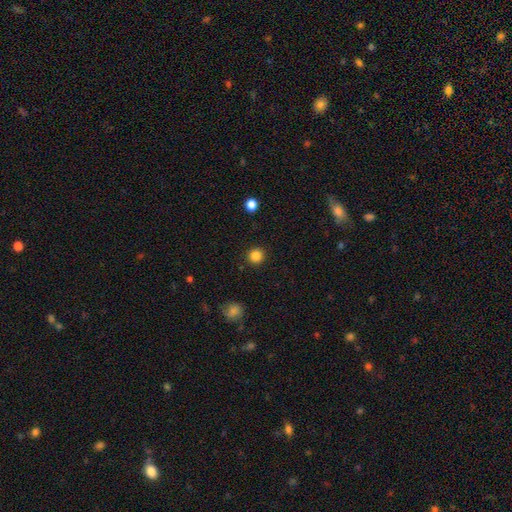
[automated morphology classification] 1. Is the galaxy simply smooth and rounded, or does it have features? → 85% smooth, 12% star or artifact, 3% featured or disk.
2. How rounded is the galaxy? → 94% round, 5% in between, 1% cigar-shaped.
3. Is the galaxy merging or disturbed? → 92% none, 5% minor disturbance, 2% major disturbance, 1% merger.